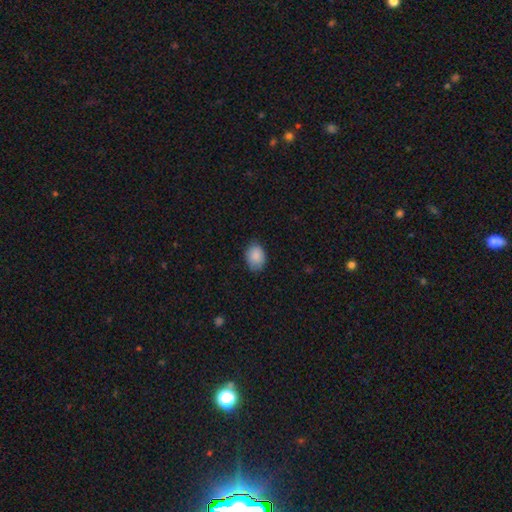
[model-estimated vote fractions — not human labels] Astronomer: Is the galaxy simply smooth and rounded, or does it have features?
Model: smooth — 88%.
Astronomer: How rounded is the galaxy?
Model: in between — 70%.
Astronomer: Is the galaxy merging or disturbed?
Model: none — 76%.